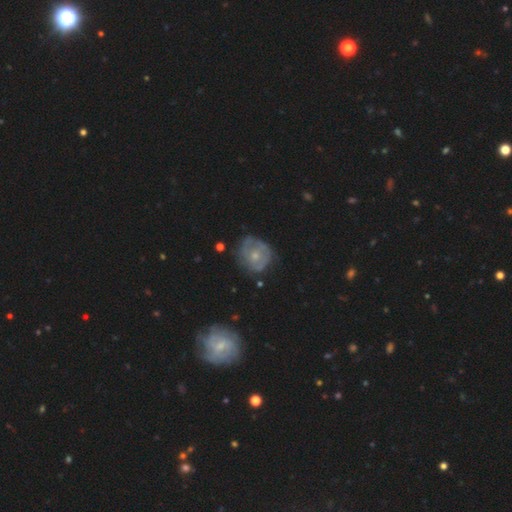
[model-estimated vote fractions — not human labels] A featured or disk galaxy (57%) with no bar (82%), spiral arms (51%) and a small central bulge (52%).

Vote fractions:
- Smooth or featured? featured or disk: 57% / smooth: 35% / star or artifact: 8%
- Edge-on disk? no: 97% / yes: 3%
- Bar? no: 82% / weak: 16% / strong: 3%
- Spiral arms? yes: 51% / no: 49%
- Bulge size? small: 52% / moderate: 43% / none: 3% / large: 2% / dominant: 1%
- Merging? none: 60% / minor disturbance: 26% / major disturbance: 11% / merger: 2%